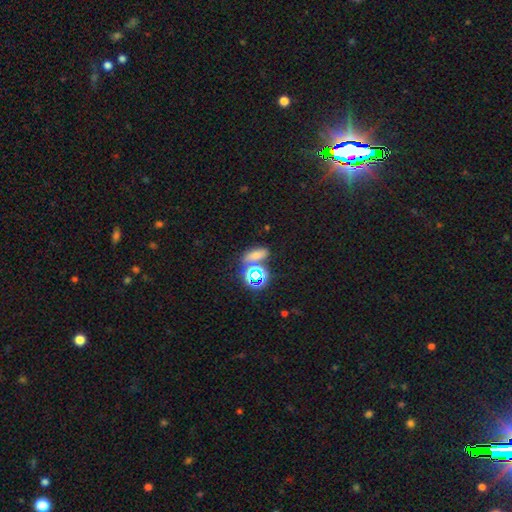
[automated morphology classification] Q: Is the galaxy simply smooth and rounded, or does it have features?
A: smooth — 55%.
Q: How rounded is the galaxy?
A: in between — 68%.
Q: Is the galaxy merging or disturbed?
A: none — 56%.